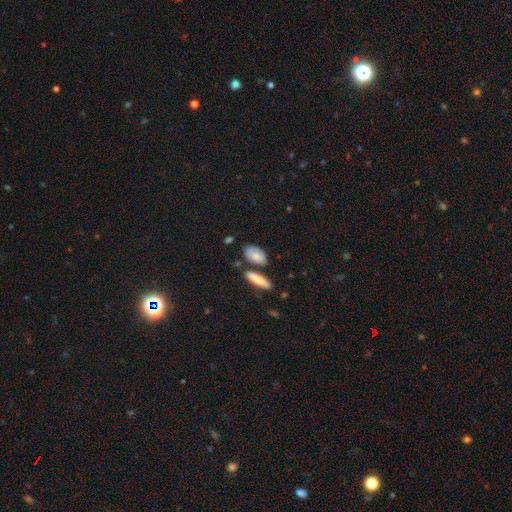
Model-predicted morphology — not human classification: smooth 79%, featured or disk 14%, star or artifact 7%. Down the decision tree: how rounded — in between (83%); merging — none (64%).